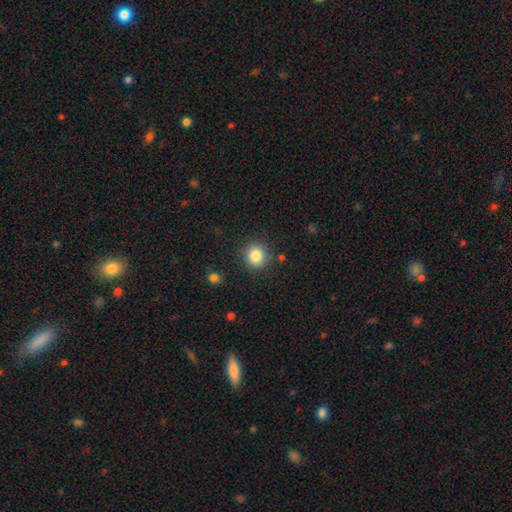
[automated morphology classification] smooth_or_featured: smooth (p=0.84) [alt: star or artifact p=0.10]
how_rounded: round (p=0.90) [alt: in between p=0.09]
merging: none (p=0.87) [alt: minor disturbance p=0.08]